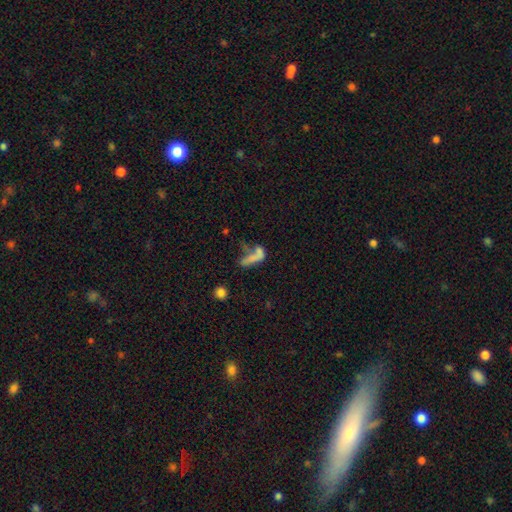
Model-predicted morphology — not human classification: A smooth galaxy with no disk features (56%) that is in between round and cigar-shaped (53%).

Vote fractions:
- Smooth or featured? smooth: 56% / featured or disk: 29% / star or artifact: 15%
- How rounded? in between: 53% / cigar-shaped: 40% / round: 7%
- Merging? merger: 38% / major disturbance: 29% / none: 21% / minor disturbance: 12%